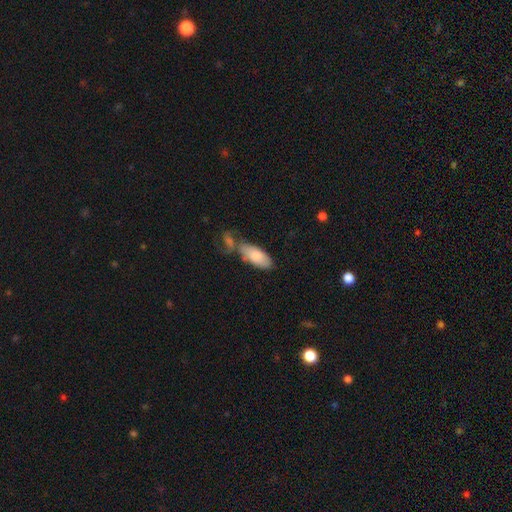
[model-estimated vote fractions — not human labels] smooth-or-featured: smooth: 79% | featured or disk: 16% | star or artifact: 6%
  how-rounded: in between: 88% | cigar-shaped: 10% | round: 2%
  merging: none: 43% | merger: 31% | minor disturbance: 19% | major disturbance: 8%